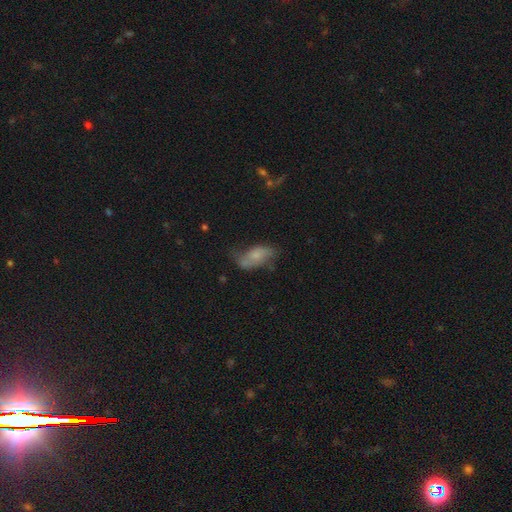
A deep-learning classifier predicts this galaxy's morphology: This appears to be a smooth galaxy with no disk features (51%) that is in between round and cigar-shaped (86%). Merging: none (45%).